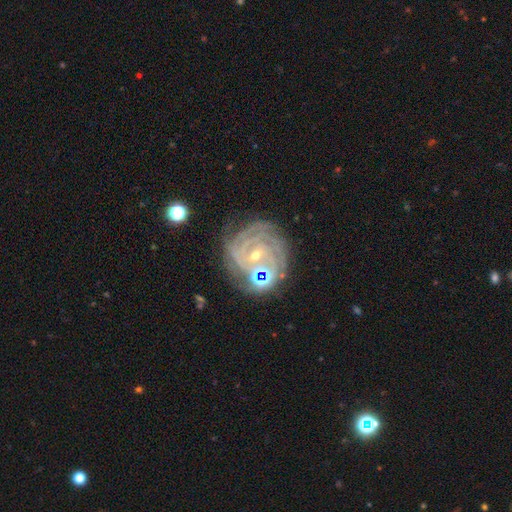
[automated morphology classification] Overall: featured or disk (86%). Edge-on disk: no (97%). Bar: no (53%; weak 32%). Spiral arms: yes (97%). Spiral arm count: 4 (27%; 3 23%). Spiral winding: tight (82%). Bulge size: small (62%; moderate 34%). Merging: none (70%).